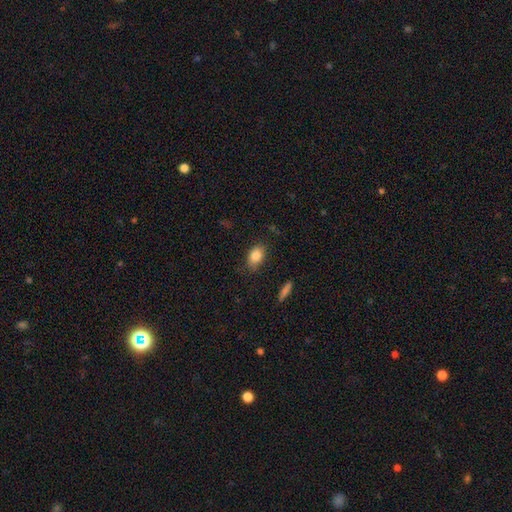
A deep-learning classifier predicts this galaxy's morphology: Q: Smooth or featured?
A: smooth (84%); runner-up: featured or disk (8%)
Q: How rounded?
A: in between (82%); runner-up: round (16%)
Q: Merging?
A: none (78%); runner-up: minor disturbance (17%)